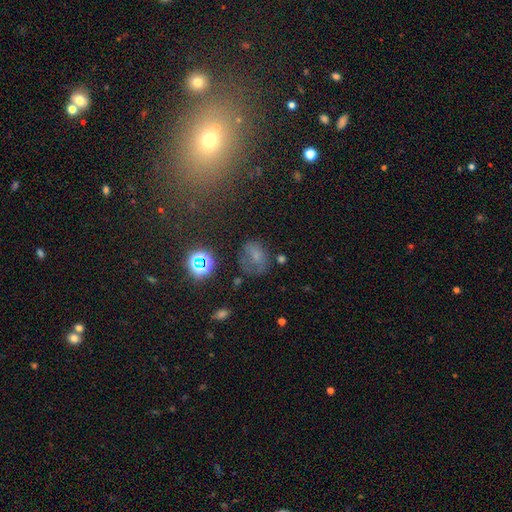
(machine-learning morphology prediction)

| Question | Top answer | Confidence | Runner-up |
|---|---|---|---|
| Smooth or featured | smooth | 52% | star or artifact (27%) |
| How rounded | in between | 57% | round (42%) |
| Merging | none | 49% | minor disturbance (26%) |